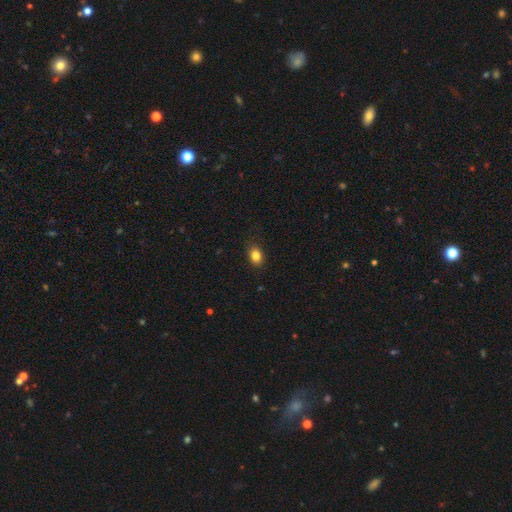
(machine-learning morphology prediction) type=smooth (84%); roundness=in between (70%); merging=none (85%).